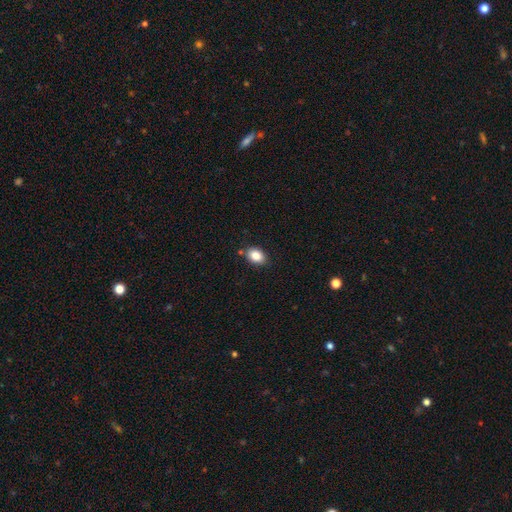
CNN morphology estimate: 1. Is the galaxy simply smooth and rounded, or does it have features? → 86% smooth, 8% star or artifact, 6% featured or disk.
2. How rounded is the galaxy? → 81% in between, 18% round, 1% cigar-shaped.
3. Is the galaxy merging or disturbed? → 83% none, 12% minor disturbance, 3% merger, 2% major disturbance.